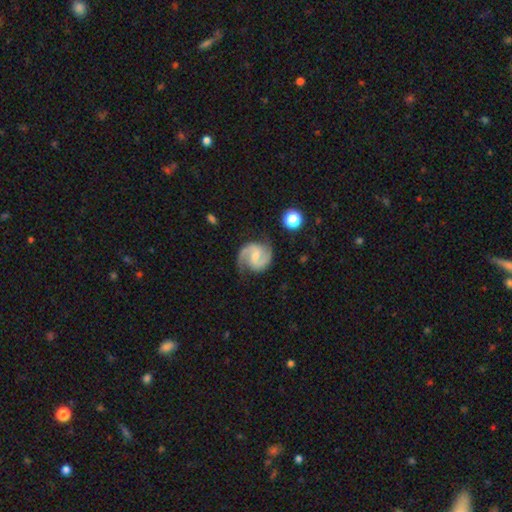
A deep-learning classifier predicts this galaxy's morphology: Smooth or featured? featured or disk (90%)
Edge-on disk? no (98%)
Bar? weak (54%)
Spiral arms? yes (98%)
Spiral winding? medium (60%)
Spiral arm count? 2 (93%)
Bulge size? small (52%)
Merging? none (79%)